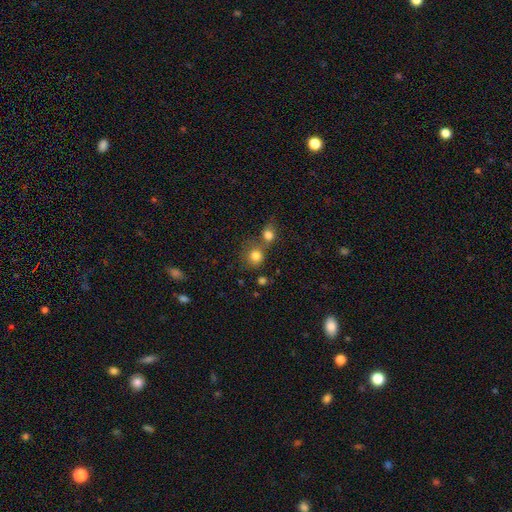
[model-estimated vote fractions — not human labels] smooth-or-featured: smooth: 80% | star or artifact: 12% | featured or disk: 7%
  how-rounded: round: 81% | in between: 18% | cigar-shaped: 1%
  merging: none: 49% | merger: 38% | minor disturbance: 9% | major disturbance: 4%